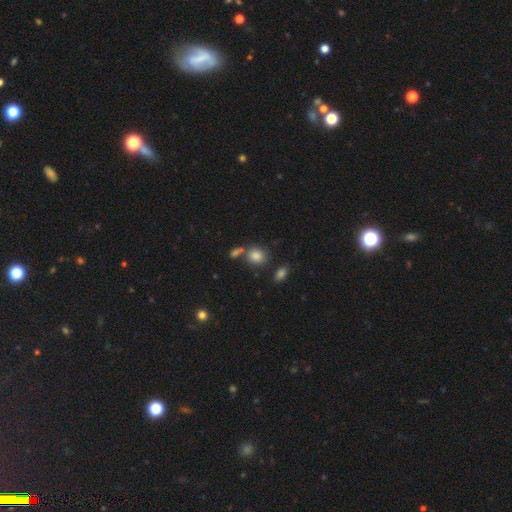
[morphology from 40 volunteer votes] This is clearly a smooth galaxy (88%). How rounded: likely round (69%). Merging: clearly none (85%).